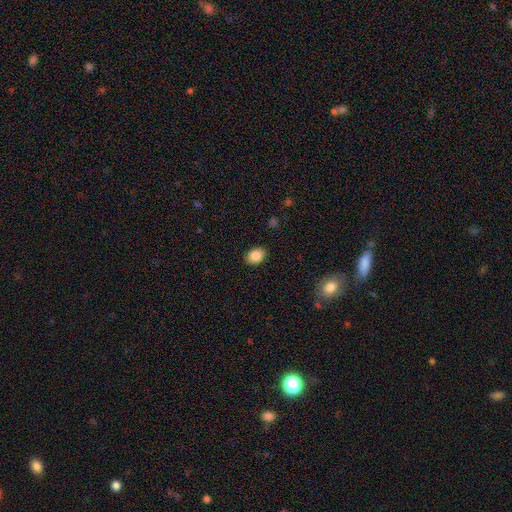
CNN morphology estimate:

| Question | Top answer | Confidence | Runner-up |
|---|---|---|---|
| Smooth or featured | smooth | 85% | star or artifact (8%) |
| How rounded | in between | 73% | round (26%) |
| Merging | none | 88% | minor disturbance (9%) |